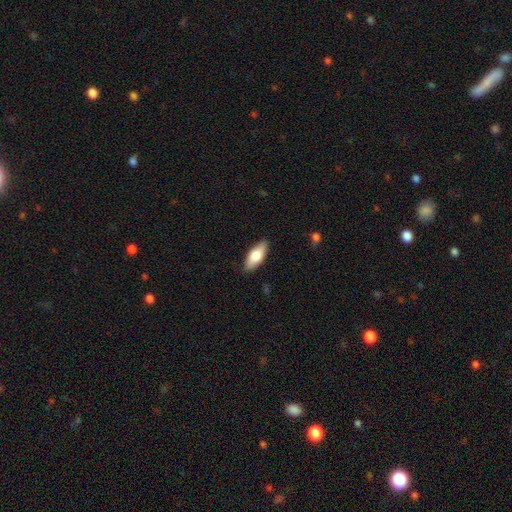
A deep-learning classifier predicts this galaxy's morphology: Smooth or featured? Predicted: smooth (p=0.76). How rounded? Predicted: in between (p=0.80). Merging? Predicted: none (p=0.88).